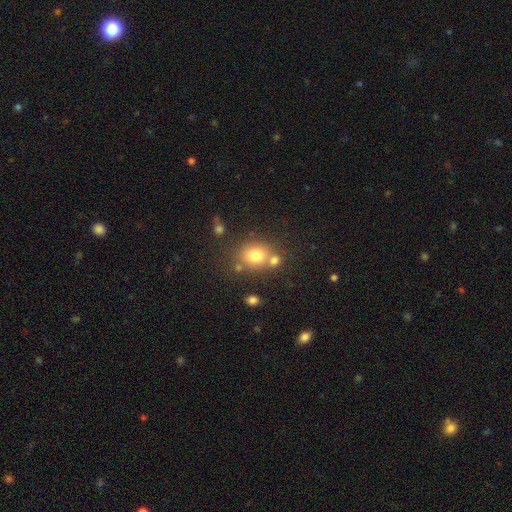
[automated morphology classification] Smooth or featured? smooth (76%)
How rounded? round (69%)
Merging? none (61%)